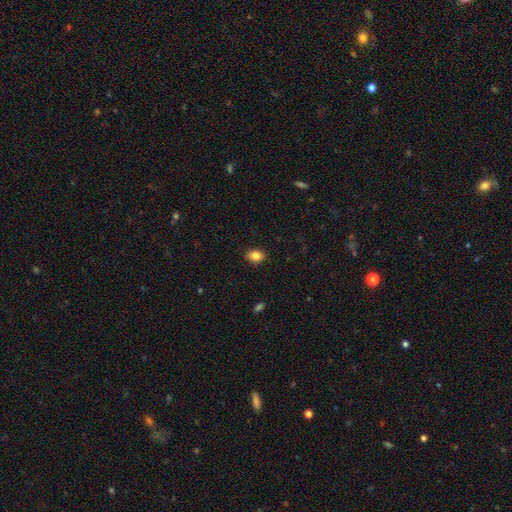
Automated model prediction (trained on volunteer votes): Morphology: type=smooth (83%); roundness=in between (71%); merging=none (87%).